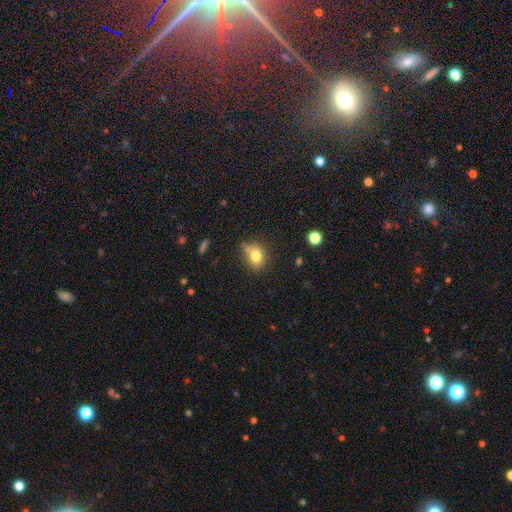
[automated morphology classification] A smooth galaxy with no disk features (79%) that is round (57%).

Vote fractions:
- Smooth or featured? smooth: 79% / star or artifact: 11% / featured or disk: 10%
- How rounded? round: 57% / in between: 42% / cigar-shaped: 1%
- Merging? none: 64% / minor disturbance: 21% / merger: 9% / major disturbance: 6%